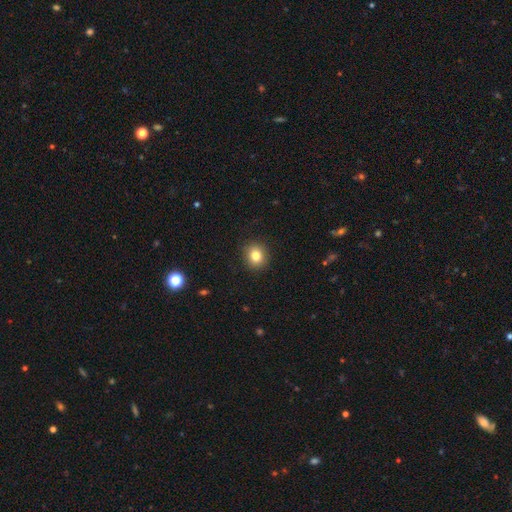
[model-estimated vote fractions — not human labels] Q: Smooth or featured?
A: smooth (82%); runner-up: star or artifact (11%)
Q: How rounded?
A: round (78%); runner-up: in between (21%)
Q: Merging?
A: none (90%); runner-up: minor disturbance (7%)